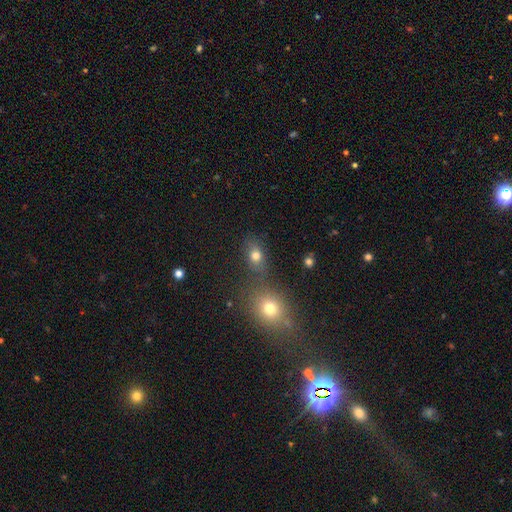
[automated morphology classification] smooth-or-featured: smooth: 73% | star or artifact: 16% | featured or disk: 10%
  how-rounded: in between: 61% | round: 36% | cigar-shaped: 3%
  merging: none: 64% | merger: 20% | minor disturbance: 11% | major disturbance: 5%